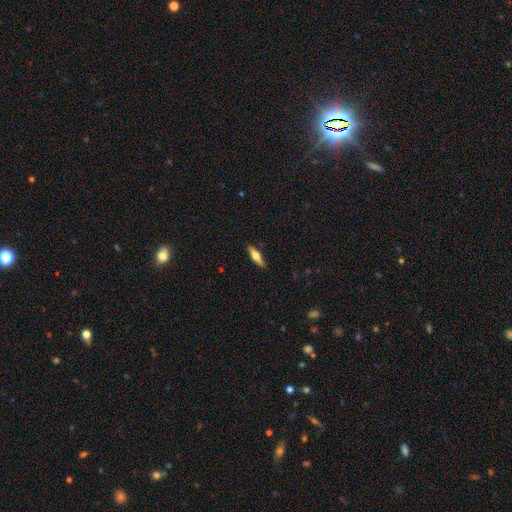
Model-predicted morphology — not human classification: Smooth or featured: smooth — 50% (featured or disk — 43%)
How rounded: cigar-shaped — 61% (in between — 37%)
Merging: none — 87% (minor disturbance — 10%)